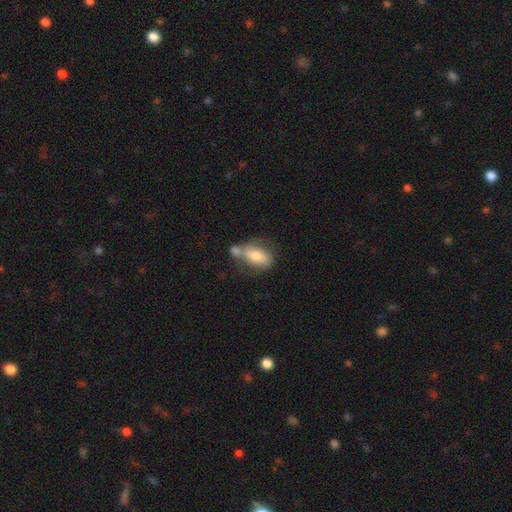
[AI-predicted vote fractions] Smooth or featured: smooth — 66% (featured or disk — 27%)
How rounded: in between — 88% (round — 7%)
Merging: merger — 43% (none — 29%)